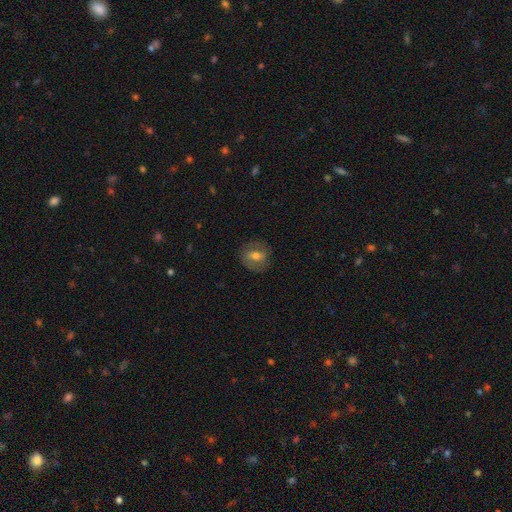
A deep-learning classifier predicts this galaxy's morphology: type=smooth (46%); merging=none (80%).